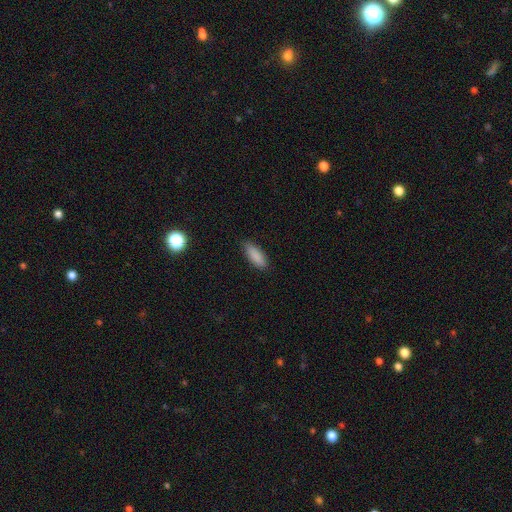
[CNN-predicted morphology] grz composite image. It shows a smooth galaxy with no disk features (88%) that is in between round and cigar-shaped (67%). Merging: none (82%).